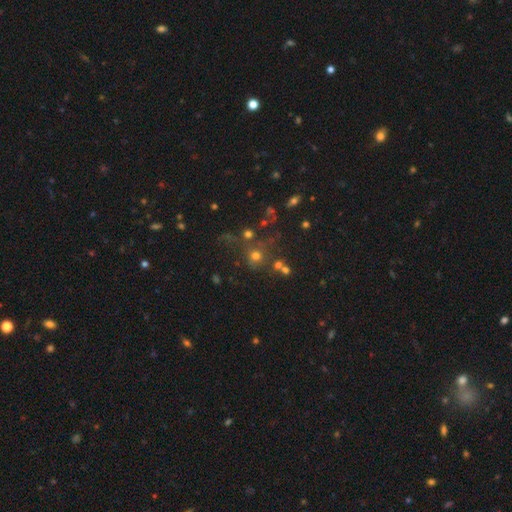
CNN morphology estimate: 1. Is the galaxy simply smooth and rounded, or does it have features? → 59% smooth, 28% star or artifact, 13% featured or disk.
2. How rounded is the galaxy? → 88% round, 10% in between, 1% cigar-shaped.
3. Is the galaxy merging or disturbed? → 59% none, 21% merger, 11% minor disturbance, 9% major disturbance.